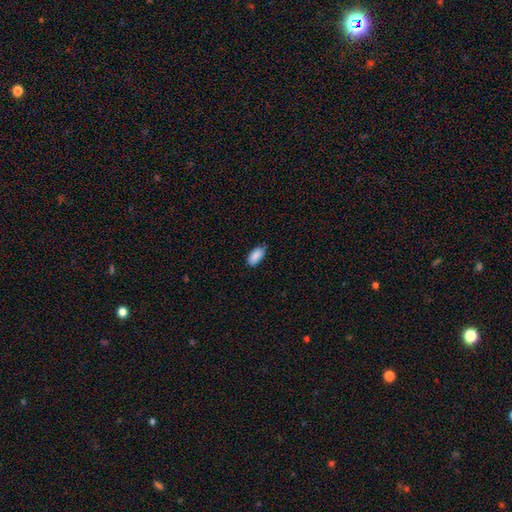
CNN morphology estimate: The model was most divided on "merging": none: 75%, minor disturbance: 21%, major disturbance: 3%, merger: 1%. More confident: how rounded — in between (94%); smooth or featured — smooth (89%).